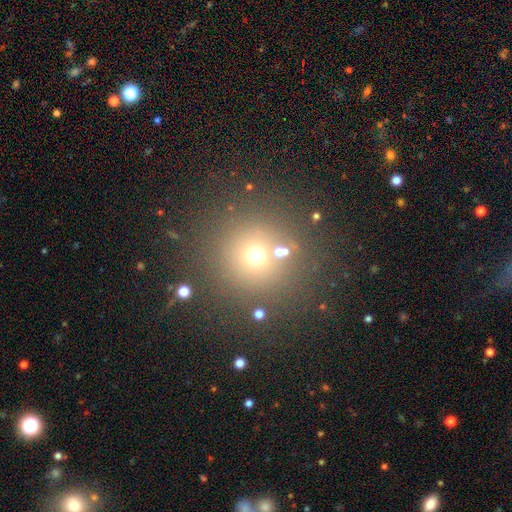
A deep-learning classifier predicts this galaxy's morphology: Smooth or featured: smooth — 62% (star or artifact — 28%)
How rounded: round — 94% (in between — 5%)
Merging: none — 80% (merger — 8%)